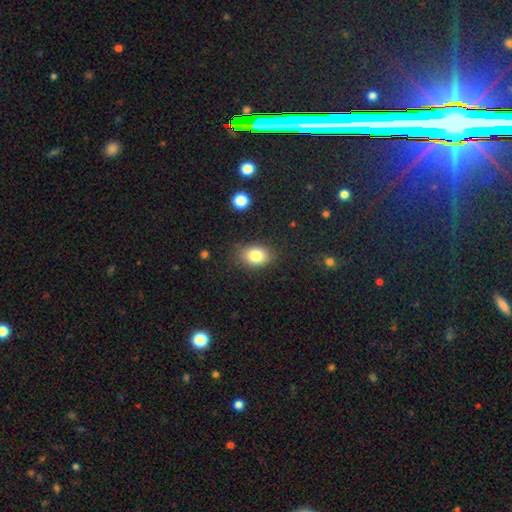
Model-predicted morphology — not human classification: Smooth or featured? smooth (82%)
How rounded? in between (72%)
Merging? none (82%)